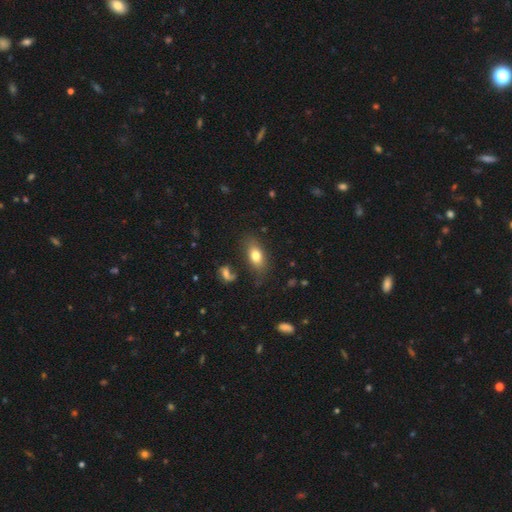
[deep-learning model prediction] The model was most divided on "merging": none: 78%, minor disturbance: 14%, major disturbance: 4%, merger: 4%. More confident: how rounded — in between (84%); smooth or featured — smooth (77%).